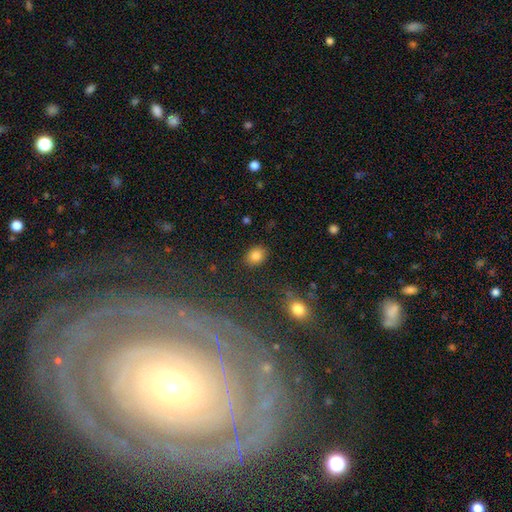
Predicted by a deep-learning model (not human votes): Q: Smooth or featured?
A: smooth (83%); runner-up: star or artifact (11%)
Q: How rounded?
A: in between (53%); runner-up: round (46%)
Q: Merging?
A: none (86%); runner-up: minor disturbance (9%)